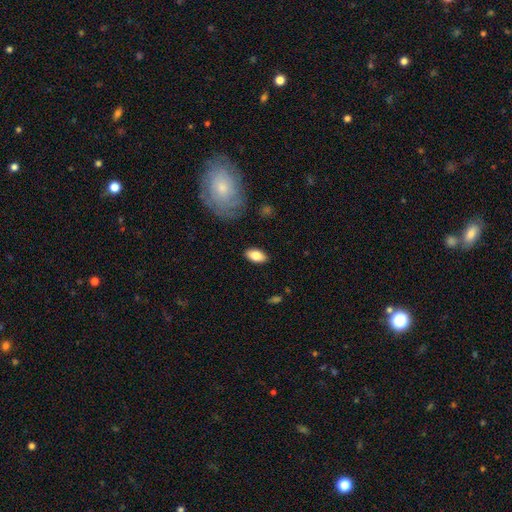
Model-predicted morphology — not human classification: smooth-or-featured: smooth: 81% | featured or disk: 12% | star or artifact: 7%
  how-rounded: in between: 91% | cigar-shaped: 5% | round: 4%
  merging: none: 86% | minor disturbance: 10% | major disturbance: 2% | merger: 1%